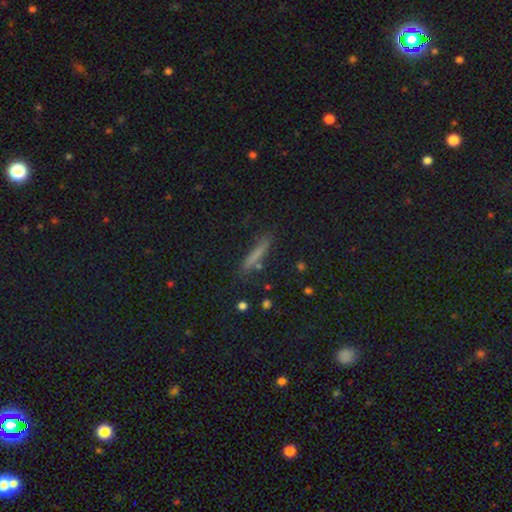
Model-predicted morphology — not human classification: A smooth galaxy with no disk features (68%) that is cigar-shaped (91%).

Vote fractions:
- Smooth or featured? smooth: 68% / featured or disk: 20% / star or artifact: 12%
- How rounded? cigar-shaped: 91% / in between: 7% / round: 3%
- Merging? none: 79% / minor disturbance: 15% / major disturbance: 4% / merger: 3%